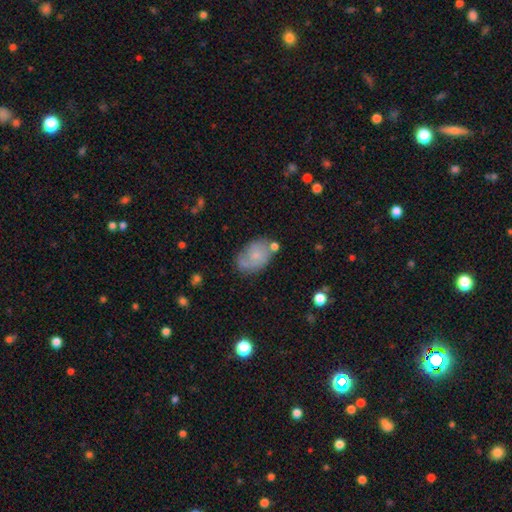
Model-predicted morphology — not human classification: This appears to be a smooth galaxy with no disk features (56%) that is in between round and cigar-shaped (83%). Merging: none (56%).